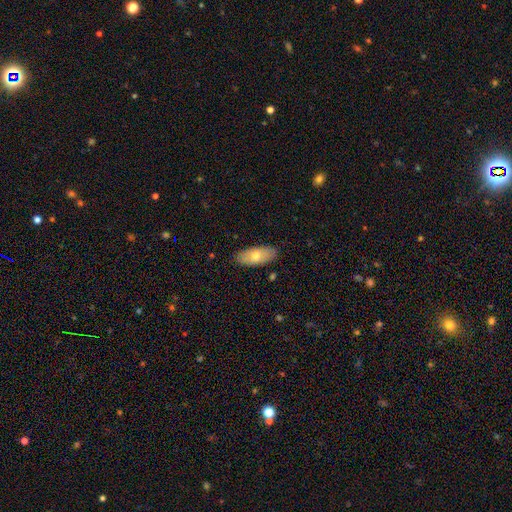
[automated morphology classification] This is likely a smooth galaxy (69%). How rounded: clearly in between (87%). Merging: clearly none (87%).